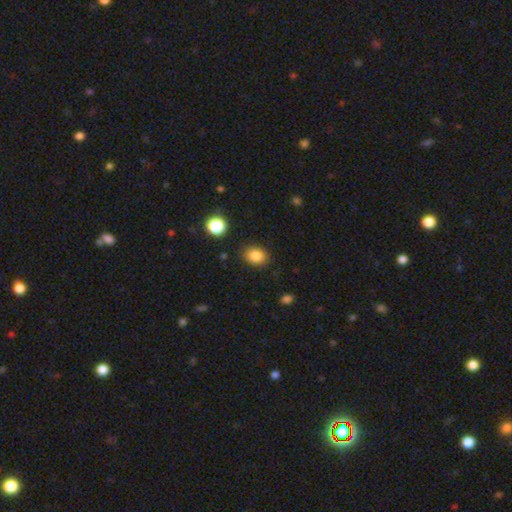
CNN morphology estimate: A smooth galaxy with no disk features (85%) that is in between round and cigar-shaped (51%).

Vote fractions:
- Smooth or featured? smooth: 85% / star or artifact: 10% / featured or disk: 5%
- How rounded? in between: 51% / round: 48% / cigar-shaped: 1%
- Merging? none: 85% / minor disturbance: 10% / major disturbance: 3% / merger: 2%